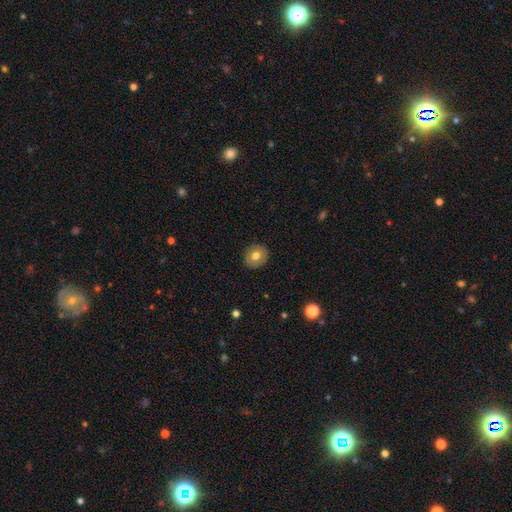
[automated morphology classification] The model was most divided on "how rounded": round: 76%, in between: 23%, cigar-shaped: 1%. More confident: merging — none (89%); smooth or featured — smooth (74%).